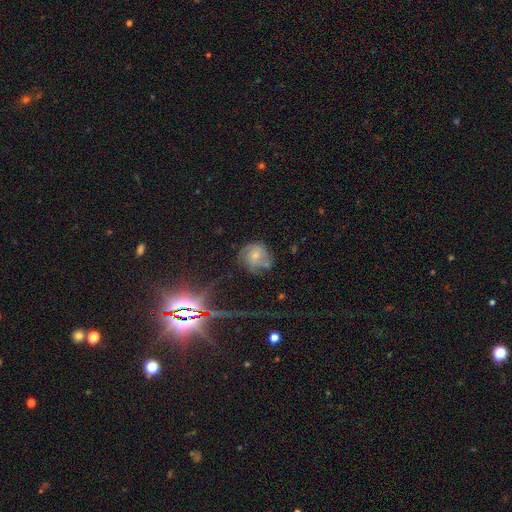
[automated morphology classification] smooth-or-featured: featured or disk: 47% | smooth: 40% | star or artifact: 14%
  merging: none: 55% | minor disturbance: 24% | major disturbance: 14% | merger: 7%